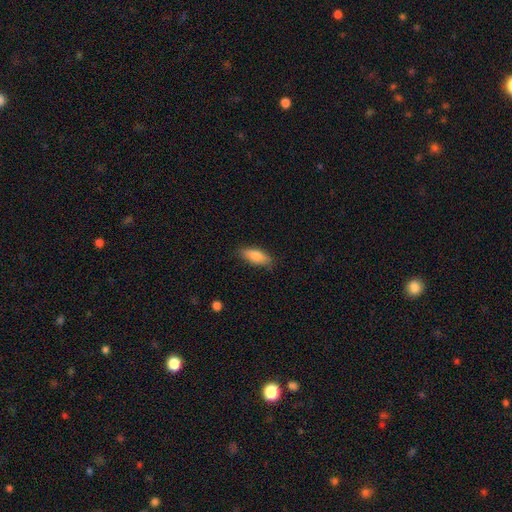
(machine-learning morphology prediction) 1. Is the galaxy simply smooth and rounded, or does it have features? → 82% smooth, 12% featured or disk, 6% star or artifact.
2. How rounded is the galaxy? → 68% in between, 30% cigar-shaped, 2% round.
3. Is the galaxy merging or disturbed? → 84% none, 12% minor disturbance, 2% major disturbance, 1% merger.